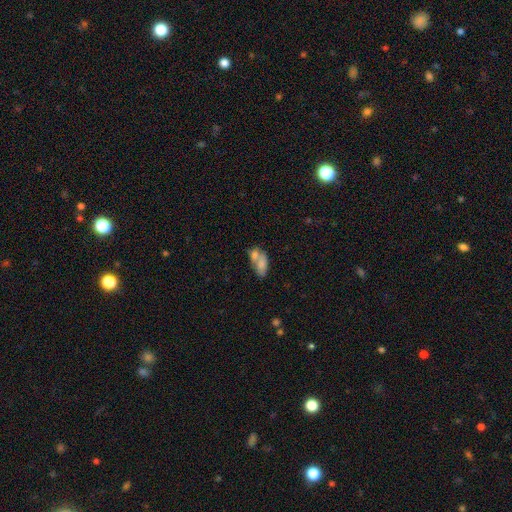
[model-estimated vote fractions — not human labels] Morphology: type=smooth (70%); roundness=in between (86%); merging=merger (59%).